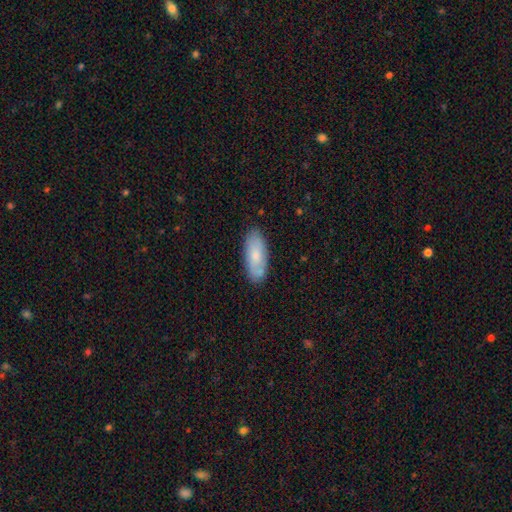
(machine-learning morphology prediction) Smooth or featured: smooth — 69% (featured or disk — 24%)
How rounded: in between — 82% (cigar-shaped — 16%)
Merging: none — 79% (minor disturbance — 15%)